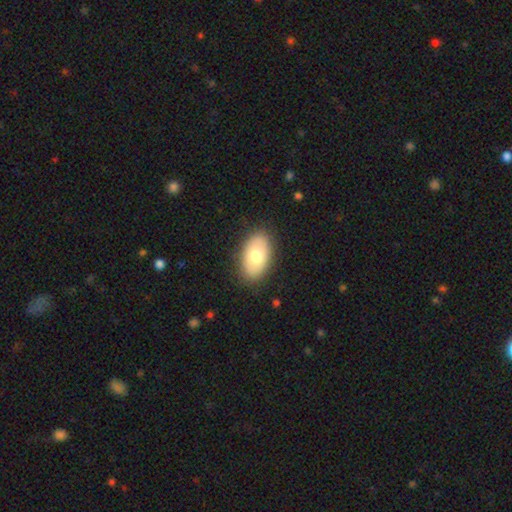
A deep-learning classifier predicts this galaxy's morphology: smooth 68%, featured or disk 26%, star or artifact 6%. Down the decision tree: how rounded — in between (92%); merging — none (86%).